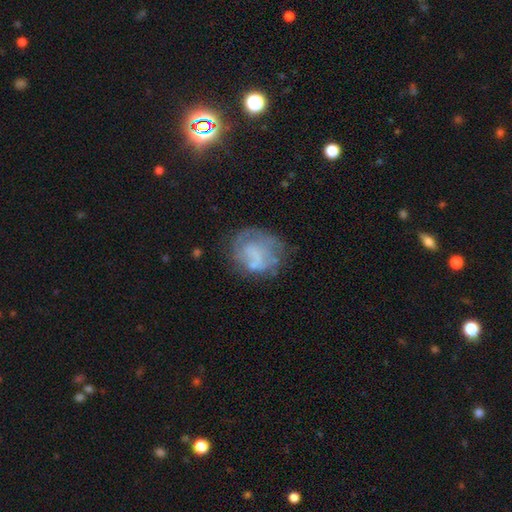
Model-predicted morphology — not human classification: smooth-or-featured: featured or disk: 50% | smooth: 40% | star or artifact: 10%
  merging: none: 48% | minor disturbance: 24% | major disturbance: 23% | merger: 5%